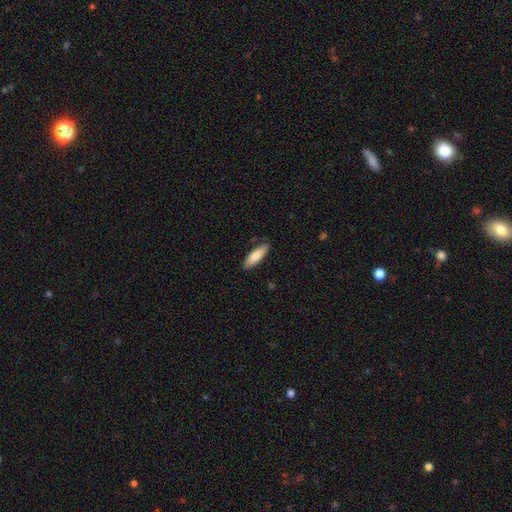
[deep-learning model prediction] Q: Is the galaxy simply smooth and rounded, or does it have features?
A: smooth — 81%.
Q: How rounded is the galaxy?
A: cigar-shaped — 51%.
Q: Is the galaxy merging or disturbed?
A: none — 86%.